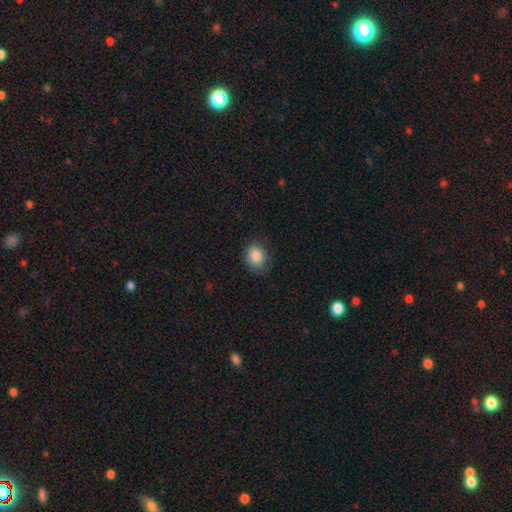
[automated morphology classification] This appears to be a smooth galaxy with no disk features (87%) that is round (51%). Merging: none (76%).